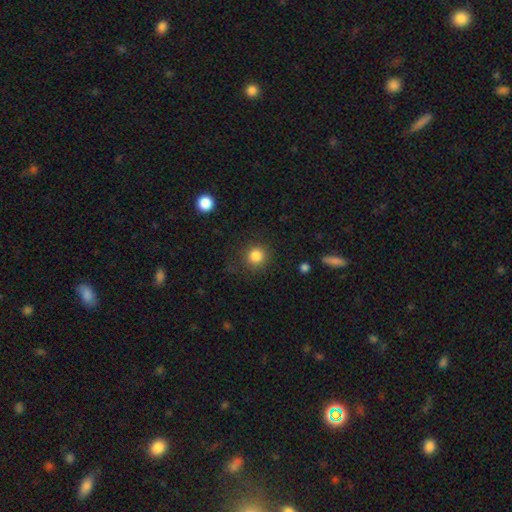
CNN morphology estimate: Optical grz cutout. It shows a smooth galaxy with no disk features (84%) that is round (93%). Merging: none (85%).